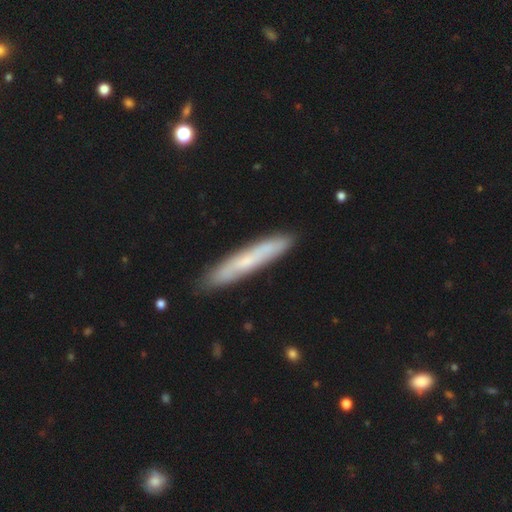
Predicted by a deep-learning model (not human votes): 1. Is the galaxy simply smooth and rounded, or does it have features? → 50% smooth, 44% featured or disk, 6% star or artifact.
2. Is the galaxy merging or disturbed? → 88% none, 9% minor disturbance, 2% major disturbance, 1% merger.